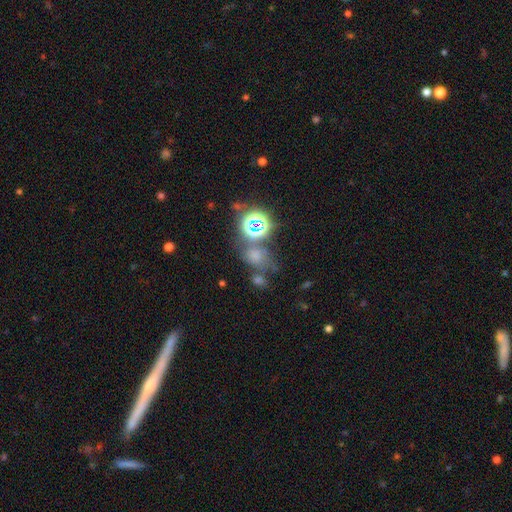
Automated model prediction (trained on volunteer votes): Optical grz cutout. It shows a smooth galaxy with no disk features (58%) that is round (51%). Merging: none (52%).